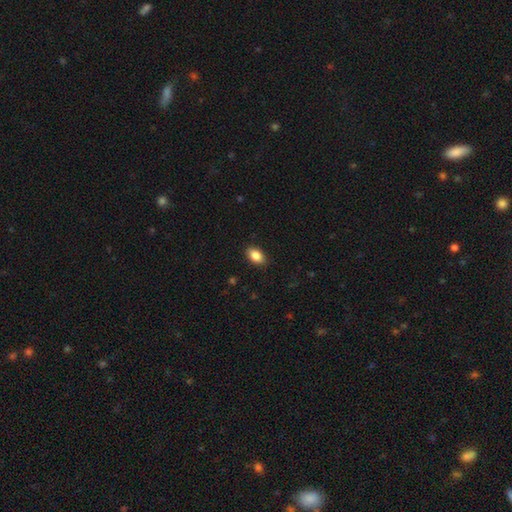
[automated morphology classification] Q: Smooth or featured?
A: smooth (87%); runner-up: star or artifact (8%)
Q: How rounded?
A: in between (89%); runner-up: round (9%)
Q: Merging?
A: none (89%); runner-up: minor disturbance (8%)